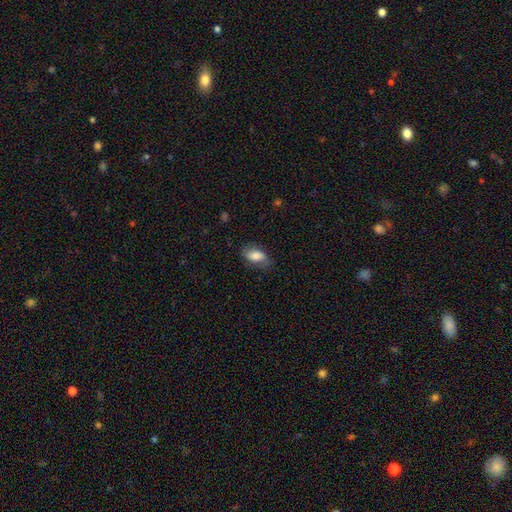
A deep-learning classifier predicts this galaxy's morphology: This appears to be a smooth galaxy with no disk features (75%) that is in between round and cigar-shaped (90%). Merging: none (69%).